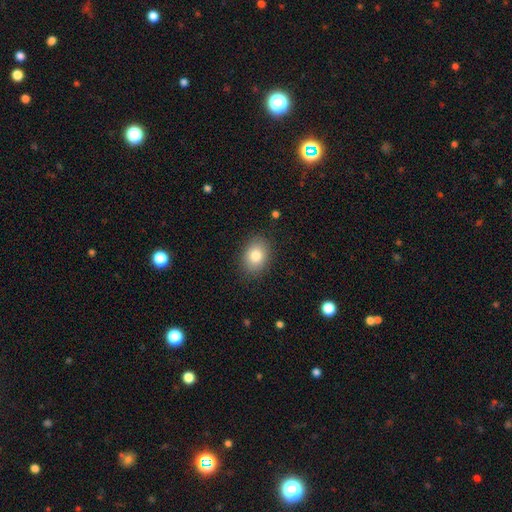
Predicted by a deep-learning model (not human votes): smooth_or_featured: smooth (p=0.82) [alt: featured or disk p=0.10]
how_rounded: in between (p=0.68) [alt: round p=0.31]
merging: none (p=0.86) [alt: minor disturbance p=0.10]